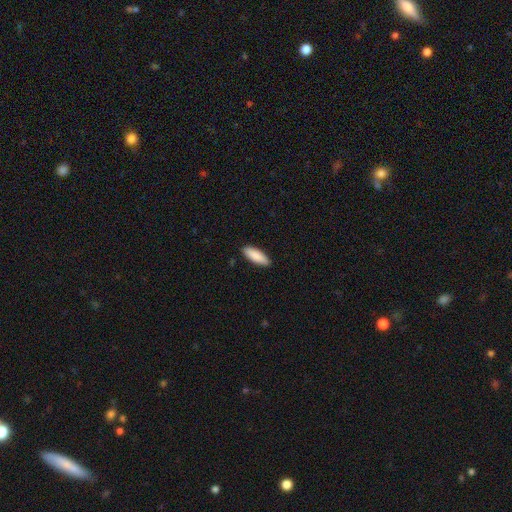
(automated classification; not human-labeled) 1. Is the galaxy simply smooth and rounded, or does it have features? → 89% smooth, 6% featured or disk, 5% star or artifact.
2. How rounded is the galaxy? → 63% in between, 35% cigar-shaped, 2% round.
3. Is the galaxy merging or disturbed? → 90% none, 8% minor disturbance, 2% major disturbance, 1% merger.